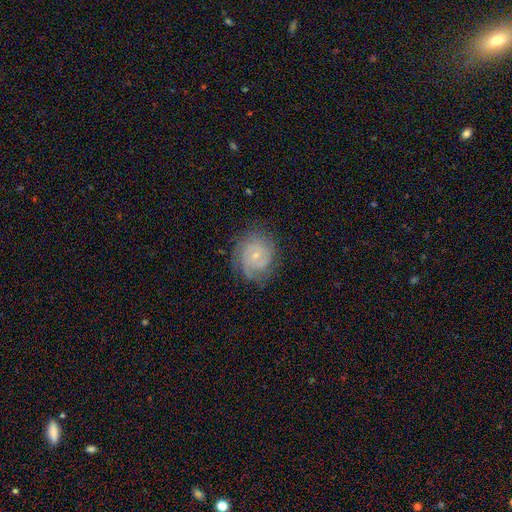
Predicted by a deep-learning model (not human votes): A featured or disk galaxy (75%) with no bar (65%), 2 (31%) tight (64%) spiral arms (94%) and a small central bulge (75%). Merging: none (74%).